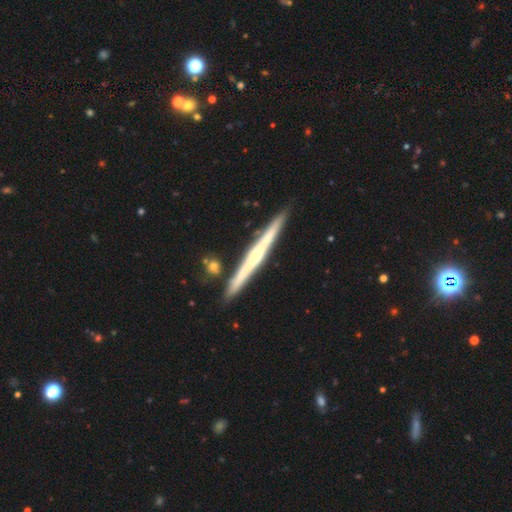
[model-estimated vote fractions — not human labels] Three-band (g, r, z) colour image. It shows a featured or disk galaxy (74%) viewed edge-on (97%) with a rounded central bulge (60%). Merging: none (87%).